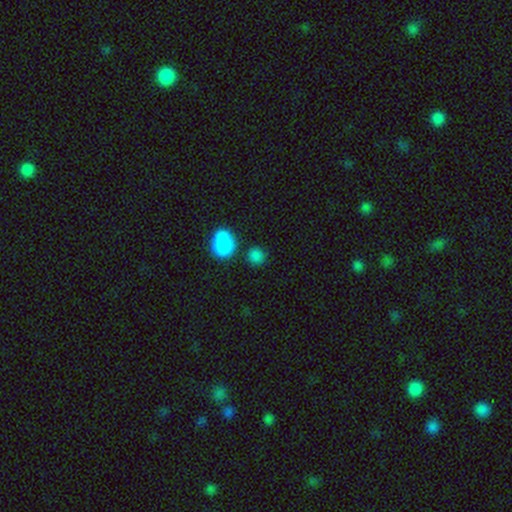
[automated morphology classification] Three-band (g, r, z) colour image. It shows a smooth galaxy with no disk features (85%) that is round (82%). Merging: none (72%).